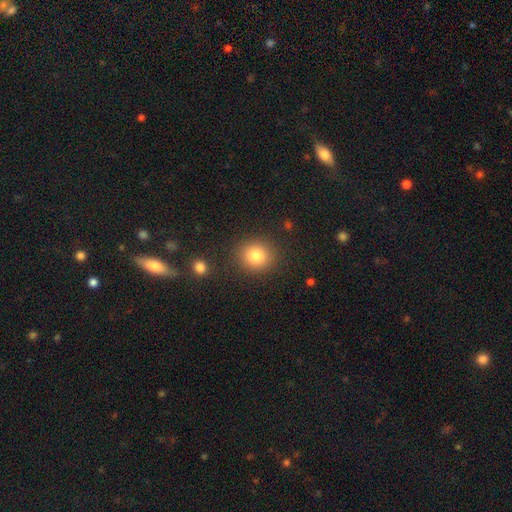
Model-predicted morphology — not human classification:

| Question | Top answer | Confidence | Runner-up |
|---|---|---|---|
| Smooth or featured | smooth | 82% | star or artifact (11%) |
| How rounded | round | 86% | in between (13%) |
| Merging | none | 87% | minor disturbance (7%) |